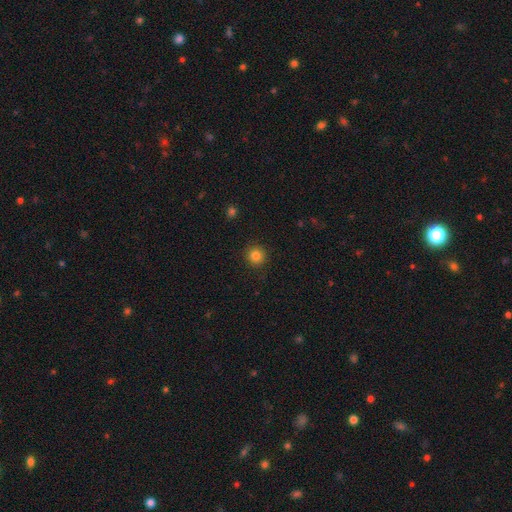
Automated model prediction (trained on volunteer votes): The model was most divided on "smooth or featured": smooth: 84%, star or artifact: 12%, featured or disk: 5%. More confident: how rounded — round (94%); merging — none (91%).